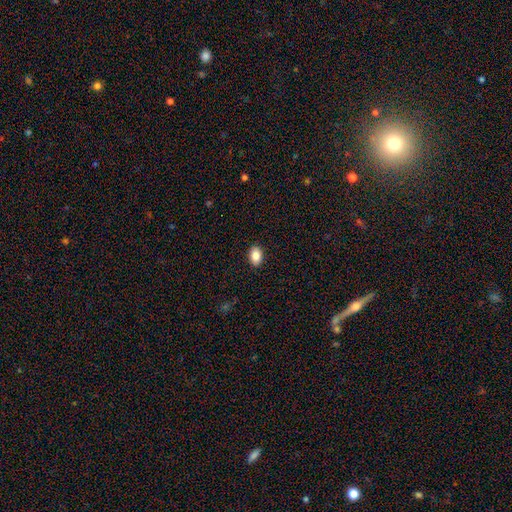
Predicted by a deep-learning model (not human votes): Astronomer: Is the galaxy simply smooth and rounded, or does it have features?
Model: smooth — 87%.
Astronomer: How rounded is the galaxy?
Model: in between — 84%.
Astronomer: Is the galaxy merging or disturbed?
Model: none — 90%.